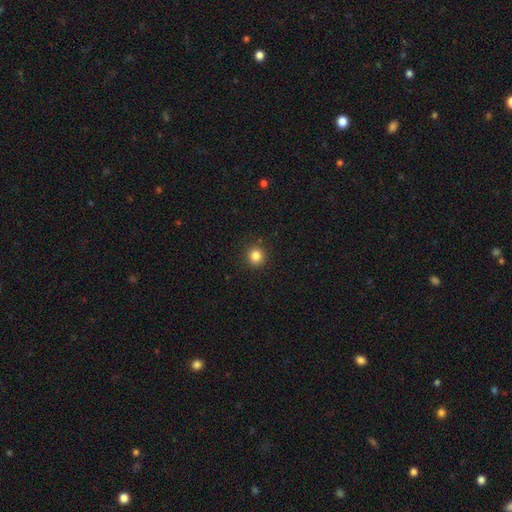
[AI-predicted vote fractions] Smooth or featured? smooth (84%)
How rounded? round (93%)
Merging? none (91%)